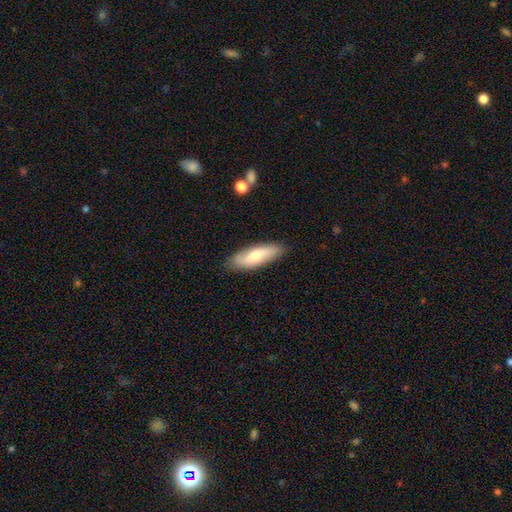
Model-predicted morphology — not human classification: A smooth galaxy with no disk features (61%) that is in between round and cigar-shaped (58%). Merging: none (83%).